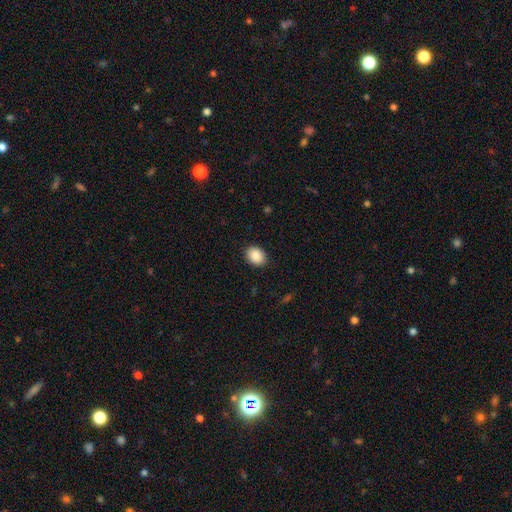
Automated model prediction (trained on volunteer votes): Smooth or featured?
  - smooth: 89% *
  - star or artifact: 7%
  - featured or disk: 3%
How rounded?
  - in between: 63% *
  - round: 37%
  - cigar-shaped: 1%
Merging?
  - none: 89% *
  - minor disturbance: 8%
  - major disturbance: 2%
  - merger: 1%